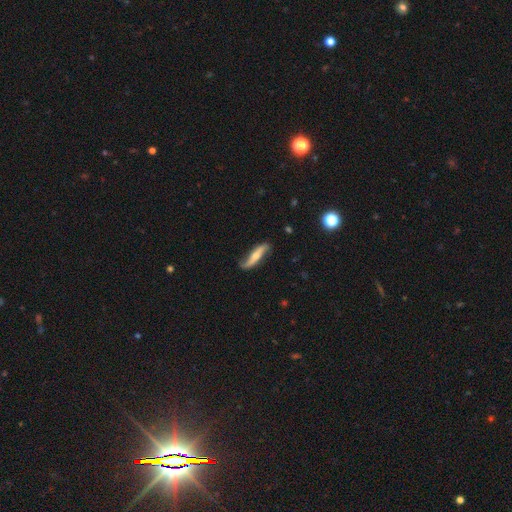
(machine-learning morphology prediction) A featured or disk galaxy (69%). Merging: none (73%).